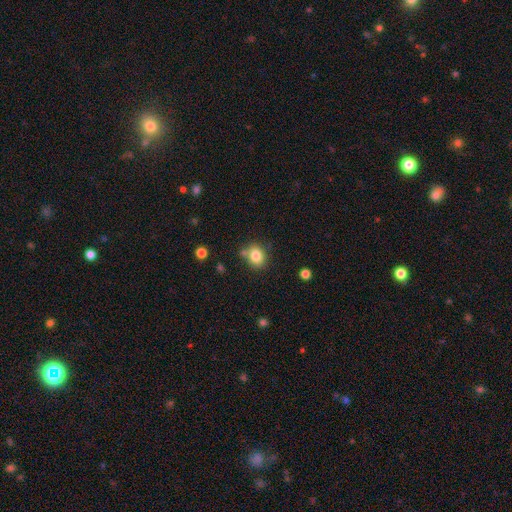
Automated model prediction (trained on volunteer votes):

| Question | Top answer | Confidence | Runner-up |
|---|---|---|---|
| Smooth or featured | smooth | 82% | star or artifact (10%) |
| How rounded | round | 58% | in between (42%) |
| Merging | none | 71% | minor disturbance (14%) |